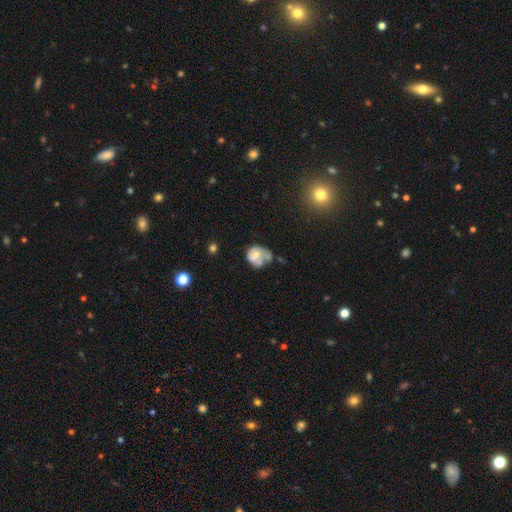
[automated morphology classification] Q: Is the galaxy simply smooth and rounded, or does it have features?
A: featured or disk — 46%.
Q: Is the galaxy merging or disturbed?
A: none — 27%.